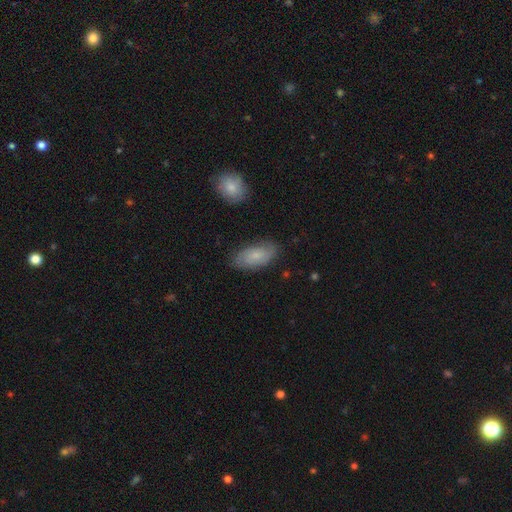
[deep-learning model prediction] This appears to be a smooth galaxy with no disk features (68%) that is in between round and cigar-shaped (92%). Merging: none (79%).